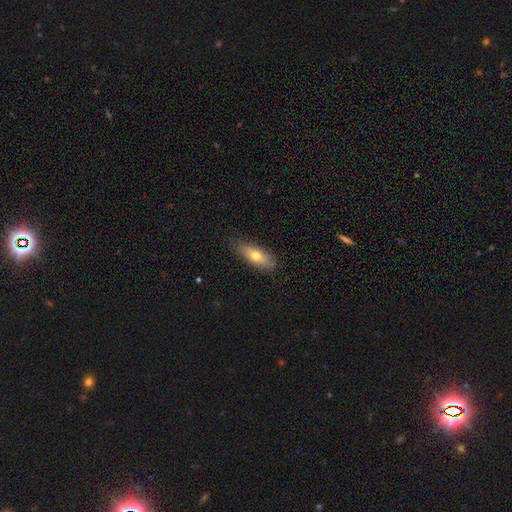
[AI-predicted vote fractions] Smooth or featured? smooth (67%)
How rounded? in between (67%)
Merging? none (80%)